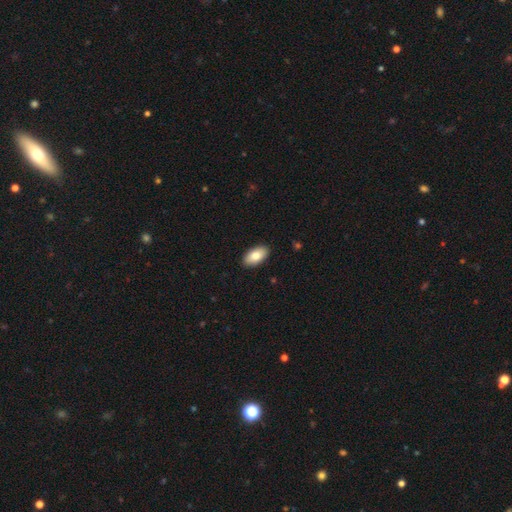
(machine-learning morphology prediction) type=smooth (82%); roundness=in between (94%); merging=none (90%).